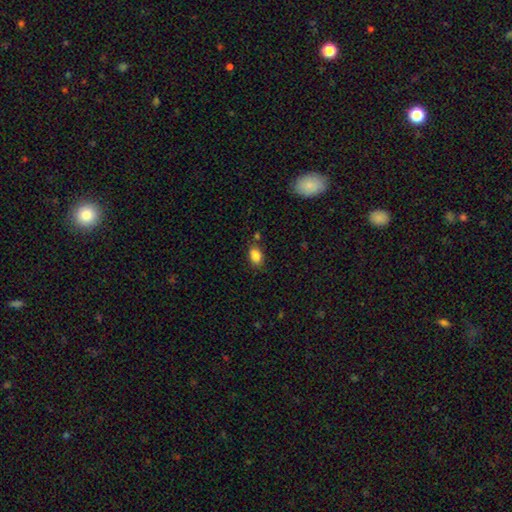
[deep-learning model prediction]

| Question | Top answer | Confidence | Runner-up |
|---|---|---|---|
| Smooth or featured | smooth | 86% | star or artifact (9%) |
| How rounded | in between | 82% | round (17%) |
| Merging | none | 75% | minor disturbance (15%) |